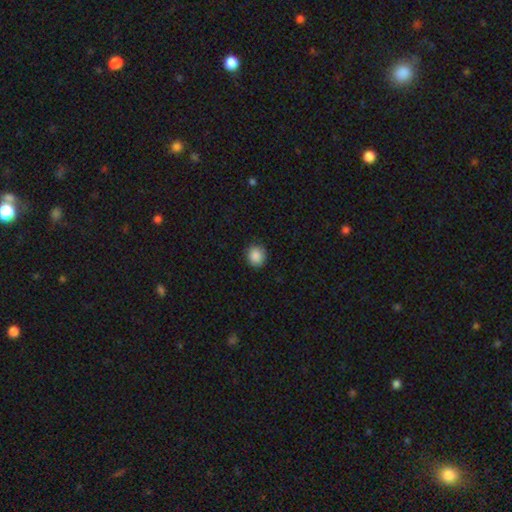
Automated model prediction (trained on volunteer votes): Q: Smooth or featured?
A: smooth (88%); runner-up: star or artifact (8%)
Q: How rounded?
A: round (81%); runner-up: in between (18%)
Q: Merging?
A: none (85%); runner-up: minor disturbance (12%)